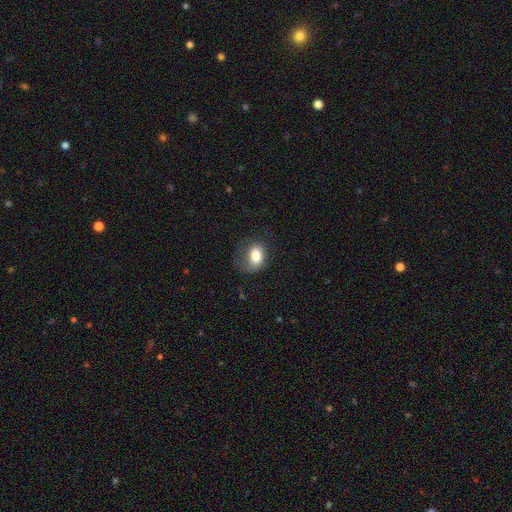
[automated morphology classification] Smooth or featured? smooth (78%)
How rounded? in between (74%)
Merging? none (46%)